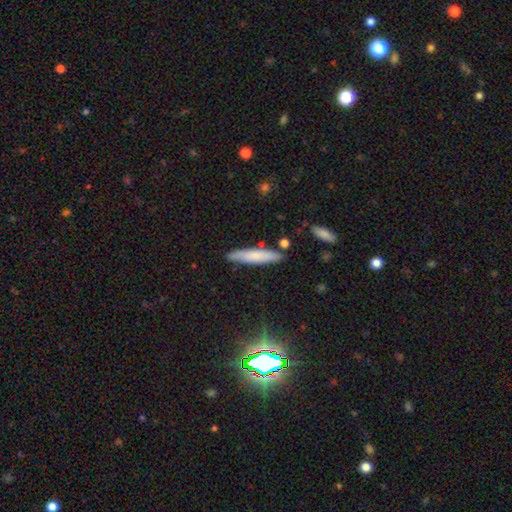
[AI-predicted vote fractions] Overall: smooth (73%). How rounded: cigar-shaped (85%). Merging: none (85%).